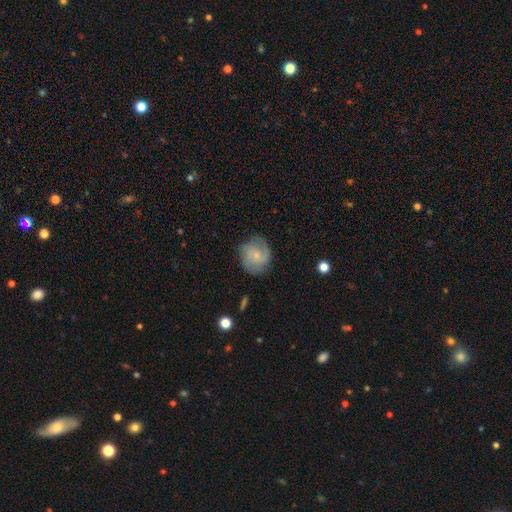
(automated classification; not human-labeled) smooth-or-featured: featured or disk: 53% | smooth: 40% | star or artifact: 7%
  disk-edge-on: no: 97% | yes: 3%
    bar: no: 70% | weak: 26% | strong: 4%
    has-spiral-arms: yes: 87% | no: 13%
    bulge-size: small: 67% | moderate: 21% | none: 9% | large: 2% | dominant: 1%
  merging: none: 72% | minor disturbance: 19% | major disturbance: 7% | merger: 1%